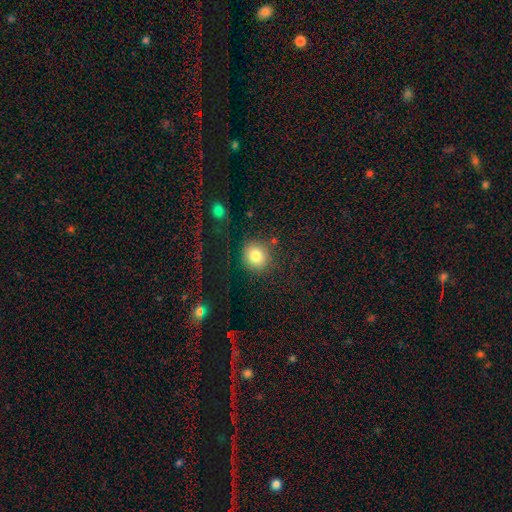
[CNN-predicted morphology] smooth 81%, star or artifact 11%, featured or disk 8%. Down the decision tree: how rounded — round (88%); merging — none (80%).